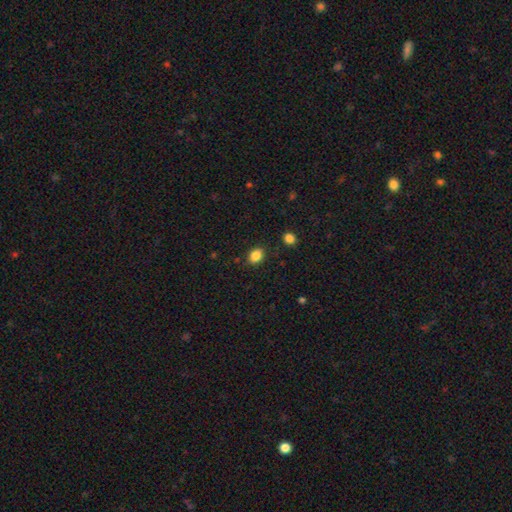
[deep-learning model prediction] Morphology: type=smooth (86%); roundness=in between (65%); merging=none (86%).